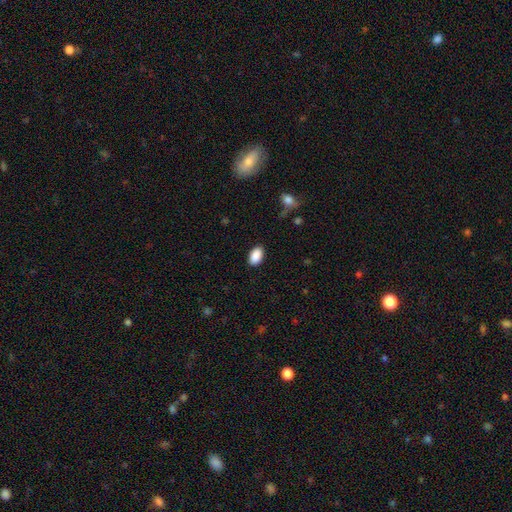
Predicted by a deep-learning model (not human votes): smooth 90%, star or artifact 7%, featured or disk 3%. Down the decision tree: how rounded — in between (94%); merging — none (88%).